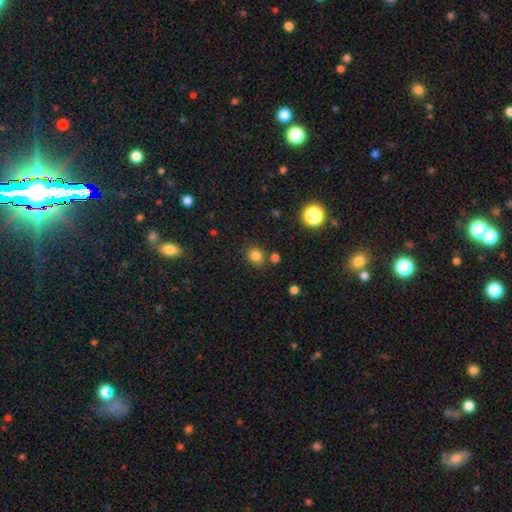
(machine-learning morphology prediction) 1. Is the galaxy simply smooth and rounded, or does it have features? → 81% smooth, 14% star or artifact, 5% featured or disk.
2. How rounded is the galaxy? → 71% round, 28% in between, 1% cigar-shaped.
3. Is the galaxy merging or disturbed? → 79% none, 11% minor disturbance, 7% merger, 3% major disturbance.